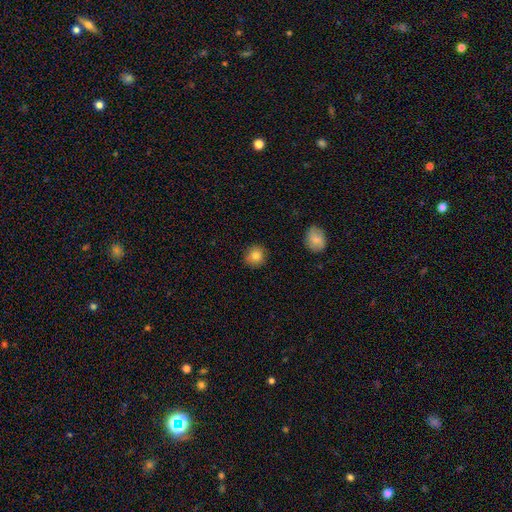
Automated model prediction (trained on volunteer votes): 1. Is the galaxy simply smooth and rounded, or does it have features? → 82% smooth, 10% star or artifact, 8% featured or disk.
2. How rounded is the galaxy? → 90% round, 9% in between, 1% cigar-shaped.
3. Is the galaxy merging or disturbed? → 89% none, 8% minor disturbance, 2% major disturbance, 1% merger.